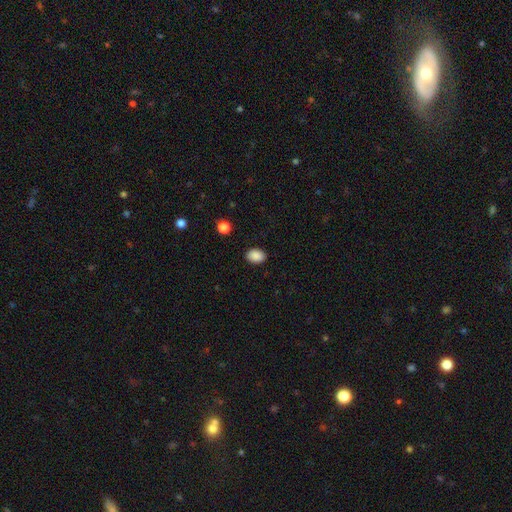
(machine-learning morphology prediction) smooth_or_featured: smooth (p=0.88) [alt: star or artifact p=0.08]
how_rounded: in between (p=0.80) [alt: round p=0.19]
merging: none (p=0.89) [alt: minor disturbance p=0.08]